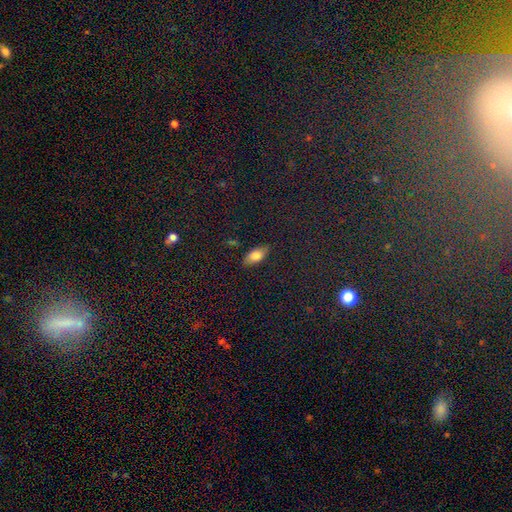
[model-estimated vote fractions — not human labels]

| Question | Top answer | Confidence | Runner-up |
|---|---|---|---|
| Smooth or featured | smooth | 76% | featured or disk (16%) |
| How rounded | in between | 85% | cigar-shaped (11%) |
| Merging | none | 85% | minor disturbance (11%) |